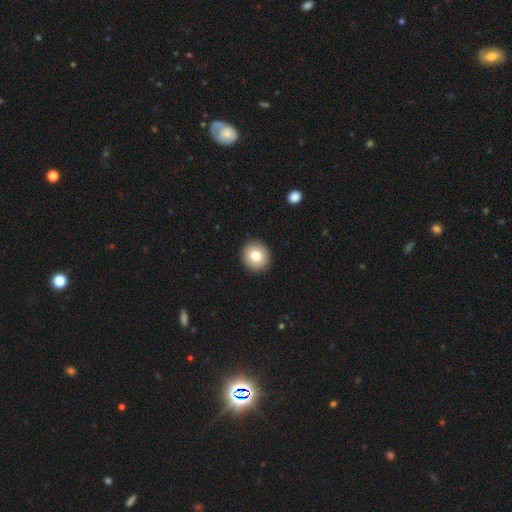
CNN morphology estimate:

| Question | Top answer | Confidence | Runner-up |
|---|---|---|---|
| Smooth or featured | smooth | 80% | featured or disk (11%) |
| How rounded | round | 89% | in between (11%) |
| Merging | none | 92% | minor disturbance (5%) |